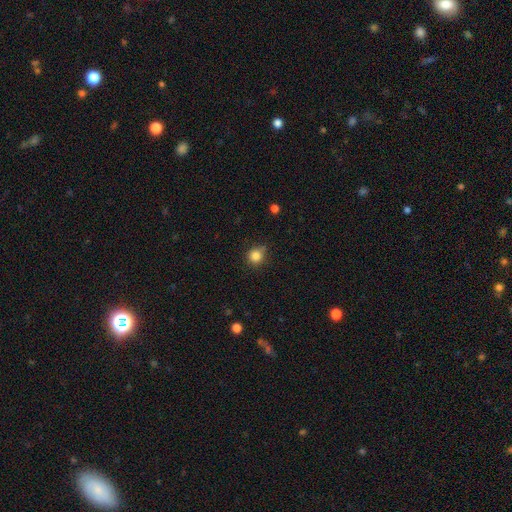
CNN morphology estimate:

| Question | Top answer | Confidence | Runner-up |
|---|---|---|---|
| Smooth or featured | smooth | 84% | star or artifact (11%) |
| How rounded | round | 90% | in between (9%) |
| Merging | none | 75% | minor disturbance (18%) |